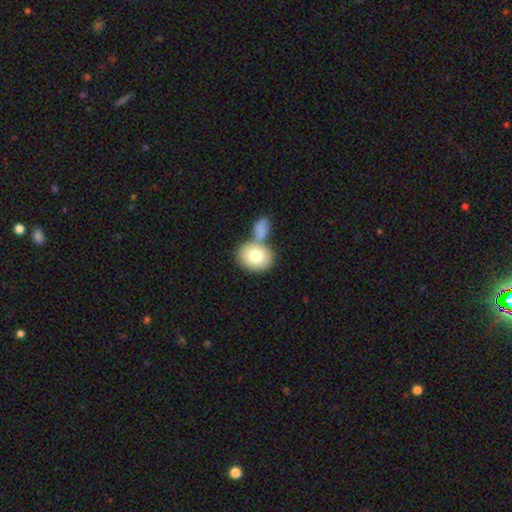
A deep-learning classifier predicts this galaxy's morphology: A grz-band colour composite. It shows a smooth galaxy with no disk features (75%) that is round (52%). Merging: none (48%).